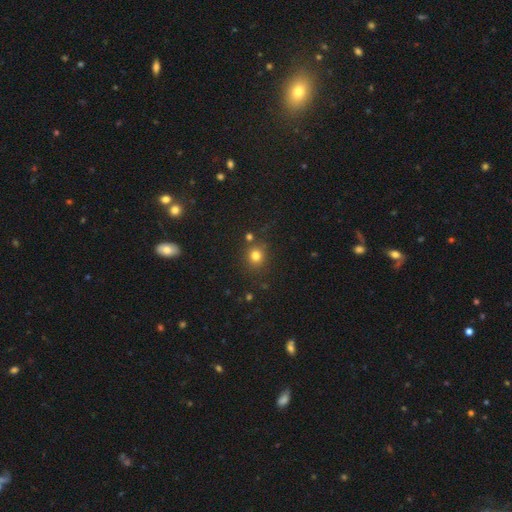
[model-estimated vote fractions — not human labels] Q: Smooth or featured?
A: smooth (78%); runner-up: star or artifact (15%)
Q: How rounded?
A: round (83%); runner-up: in between (16%)
Q: Merging?
A: none (79%); runner-up: minor disturbance (10%)